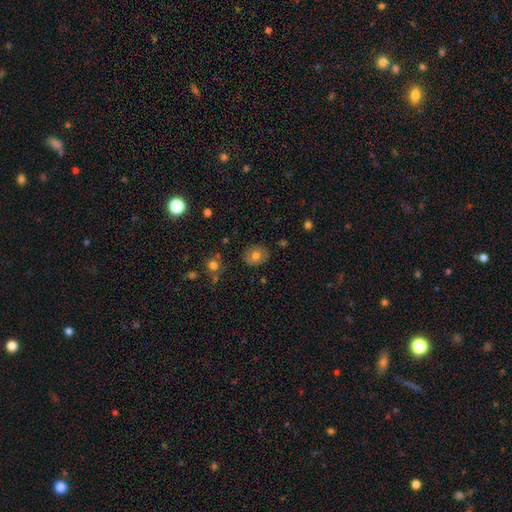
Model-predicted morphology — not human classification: Smooth or featured?
  - smooth: 72% *
  - featured or disk: 17%
  - star or artifact: 11%
How rounded?
  - round: 59% *
  - in between: 40%
  - cigar-shaped: 1%
Merging?
  - none: 83% *
  - minor disturbance: 13%
  - major disturbance: 3%
  - merger: 2%